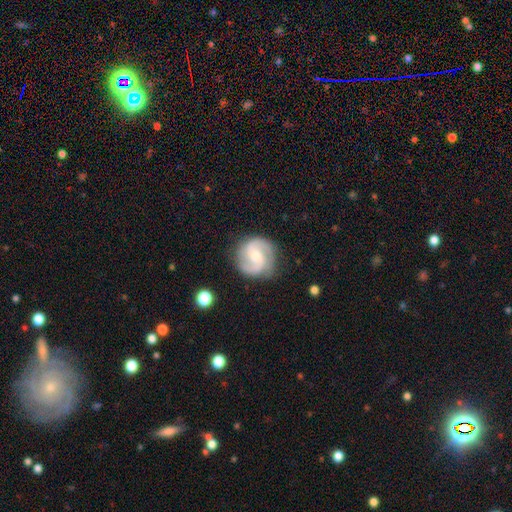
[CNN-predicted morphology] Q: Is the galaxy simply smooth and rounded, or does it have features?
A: featured or disk — 85%.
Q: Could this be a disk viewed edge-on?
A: no — 98%.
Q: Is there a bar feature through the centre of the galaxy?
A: no — 47%.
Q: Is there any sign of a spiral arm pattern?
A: yes — 97%.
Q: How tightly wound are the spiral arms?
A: medium — 53%.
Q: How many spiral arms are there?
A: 2 — 82%.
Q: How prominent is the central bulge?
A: small — 52%.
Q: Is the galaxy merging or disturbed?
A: none — 83%.